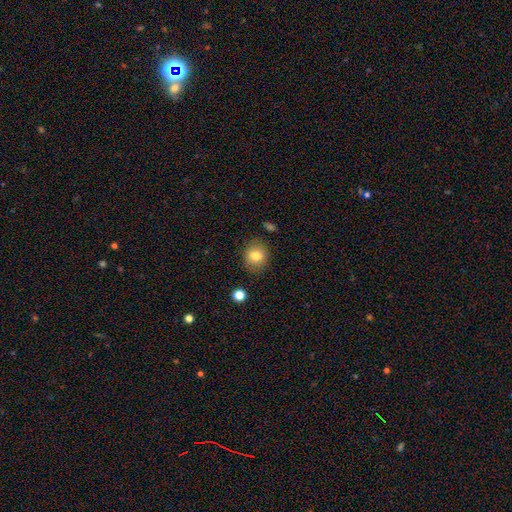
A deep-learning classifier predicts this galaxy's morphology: Smooth or featured? Predicted: smooth (p=0.80). How rounded? Predicted: round (p=0.76). Merging? Predicted: none (p=0.84).